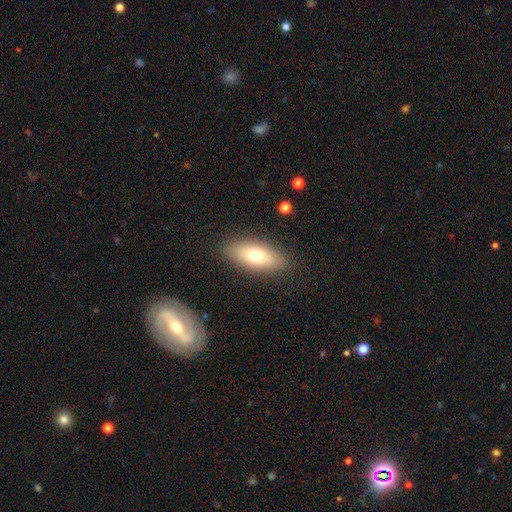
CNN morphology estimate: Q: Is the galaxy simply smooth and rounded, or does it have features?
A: smooth — 70%.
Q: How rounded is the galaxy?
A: in between — 80%.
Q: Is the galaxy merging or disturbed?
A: none — 86%.